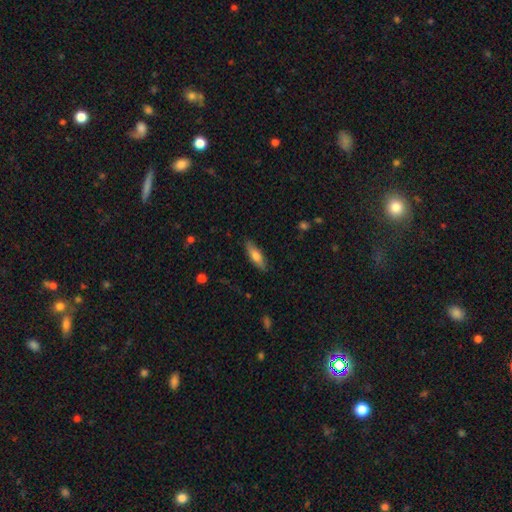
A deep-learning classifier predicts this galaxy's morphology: type=smooth (71%); roundness=cigar-shaped (50%); merging=none (86%).